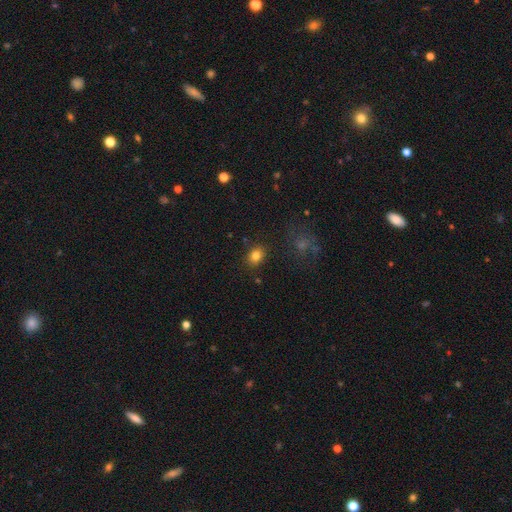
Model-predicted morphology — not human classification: smooth 82%, star or artifact 11%, featured or disk 6%. Down the decision tree: how rounded — in between (56%); merging — none (85%).